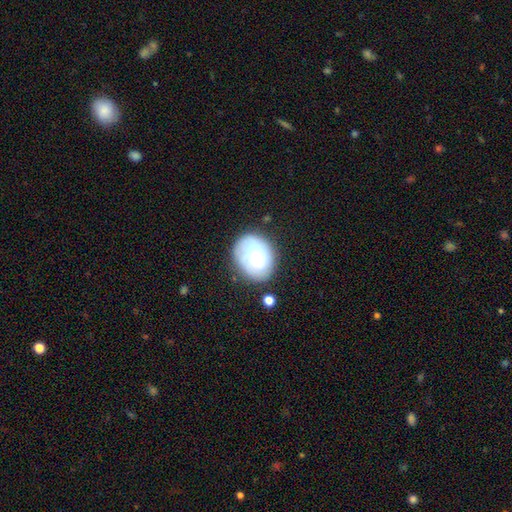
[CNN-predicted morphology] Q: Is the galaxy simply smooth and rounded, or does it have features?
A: smooth — 70%.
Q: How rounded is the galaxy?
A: in between — 54%.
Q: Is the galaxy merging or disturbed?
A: none — 70%.